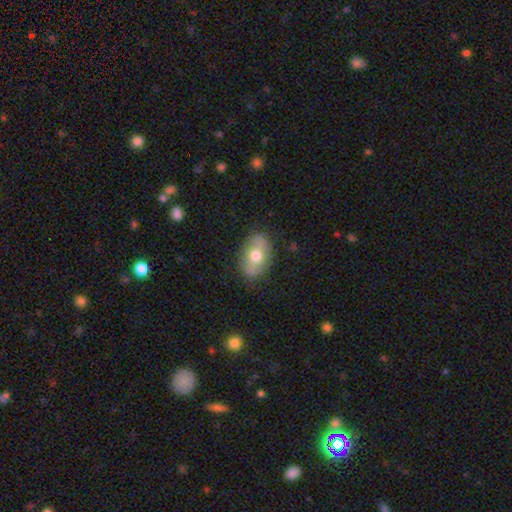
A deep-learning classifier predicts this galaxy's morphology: This is possibly a smooth galaxy (58%). How rounded: clearly in between (85%). Merging: clearly none (84%).